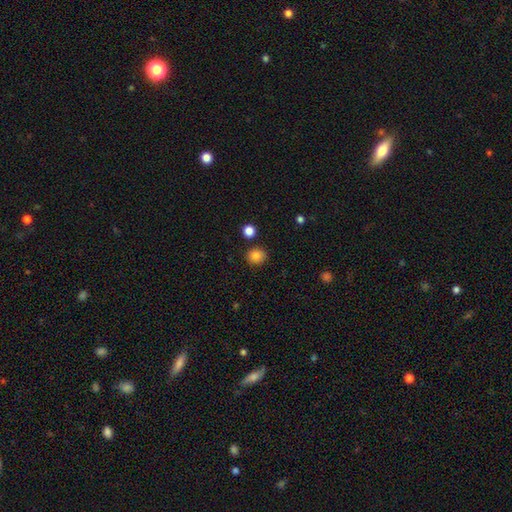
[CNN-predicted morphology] Smooth or featured? smooth (85%)
How rounded? round (80%)
Merging? none (86%)